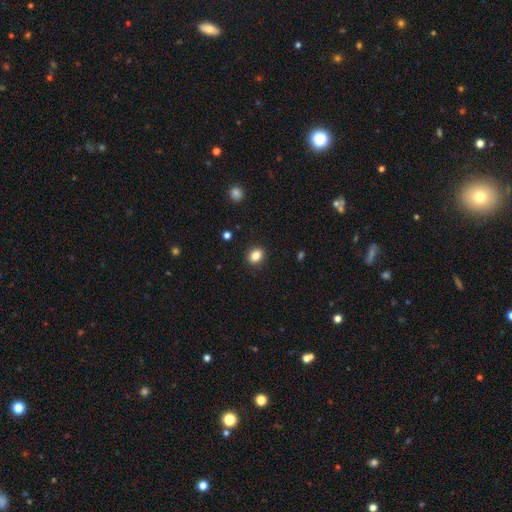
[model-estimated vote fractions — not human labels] smooth 85%, star or artifact 10%, featured or disk 5%. Down the decision tree: how rounded — round (51%); merging — none (90%).